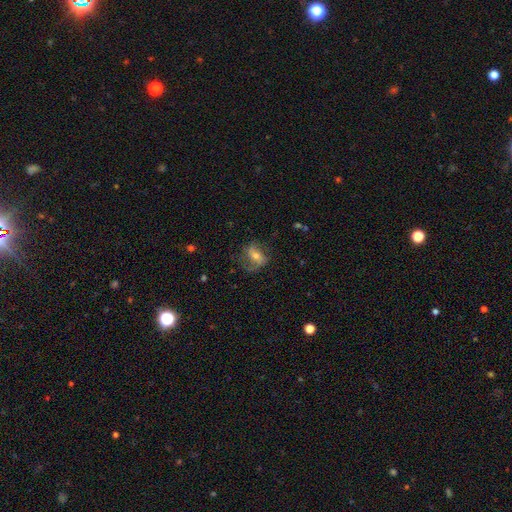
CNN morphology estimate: Q: Smooth or featured?
A: featured or disk (63%); runner-up: smooth (25%)
Q: Edge-on disk?
A: no (94%); runner-up: yes (6%)
Q: Bar?
A: weak (37%); runner-up: no (34%)
Q: Spiral arms?
A: yes (83%); runner-up: no (17%)
Q: Bulge size?
A: moderate (53%); runner-up: small (39%)
Q: Merging?
A: none (63%); runner-up: minor disturbance (20%)